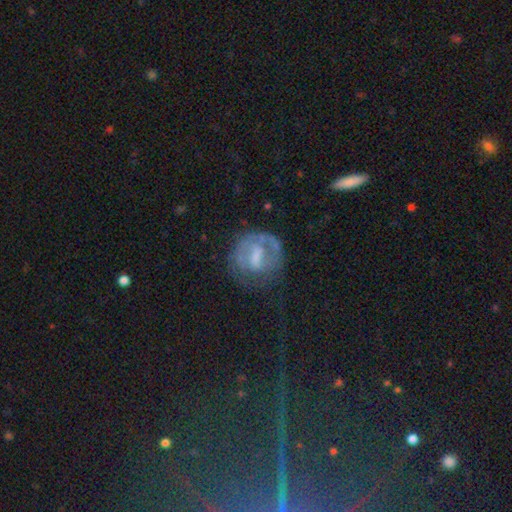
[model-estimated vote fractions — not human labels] A featured or disk galaxy (58%) with a weak bar (46%), spiral arms (58%) and a moderate central bulge (37%).

Vote fractions:
- Smooth or featured? featured or disk: 58% / smooth: 29% / star or artifact: 13%
- Edge-on disk? no: 96% / yes: 4%
- Bar? weak: 46% / no: 32% / strong: 23%
- Spiral arms? yes: 58% / no: 42%
- Bulge size? moderate: 37% / small: 29% / none: 25% / large: 8% / dominant: 2%
- Merging? none: 57% / minor disturbance: 21% / major disturbance: 20% / merger: 2%